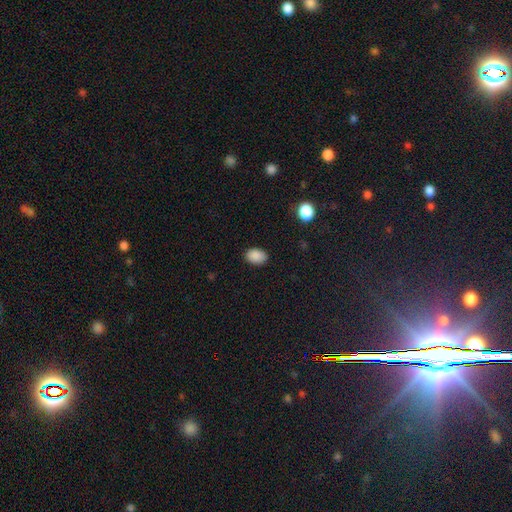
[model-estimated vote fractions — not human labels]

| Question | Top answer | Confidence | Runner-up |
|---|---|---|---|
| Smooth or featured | smooth | 88% | star or artifact (9%) |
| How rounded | in between | 82% | round (17%) |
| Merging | none | 87% | minor disturbance (10%) |